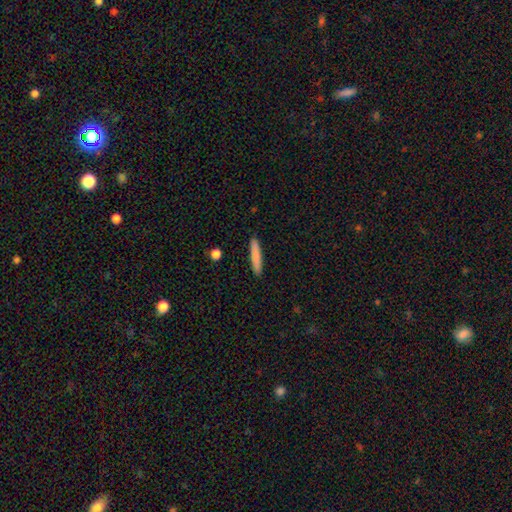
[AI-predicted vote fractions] This is clearly a smooth galaxy (82%). How rounded: clearly cigar-shaped (93%). Merging: clearly none (91%).